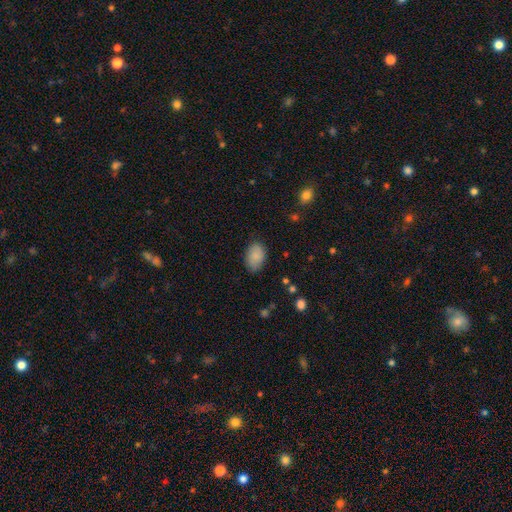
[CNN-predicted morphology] Smooth or featured? smooth (88%)
How rounded? in between (90%)
Merging? none (80%)